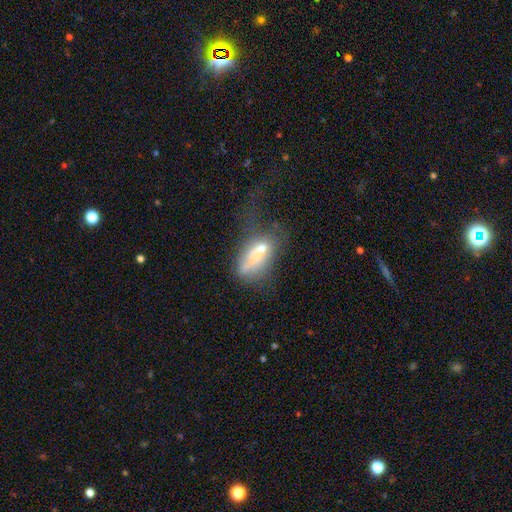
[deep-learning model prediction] Smooth or featured?
  - smooth: 56% *
  - featured or disk: 31%
  - star or artifact: 13%
How rounded?
  - in between: 79% *
  - cigar-shaped: 15%
  - round: 6%
Merging?
  - major disturbance: 43% *
  - none: 21%
  - minor disturbance: 20%
  - merger: 16%